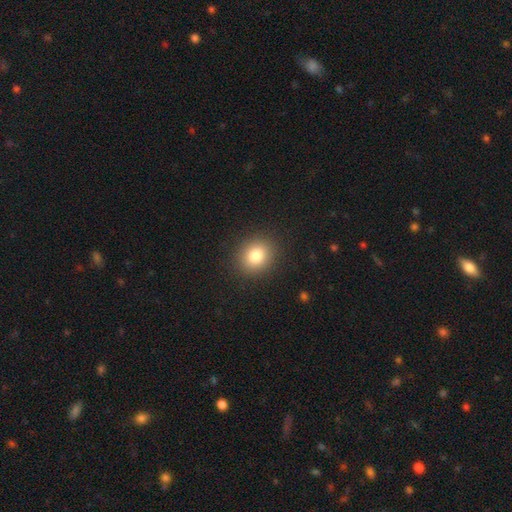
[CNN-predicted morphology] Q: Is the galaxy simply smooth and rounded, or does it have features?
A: smooth — 81%.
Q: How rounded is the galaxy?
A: round — 70%.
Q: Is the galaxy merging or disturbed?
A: none — 90%.